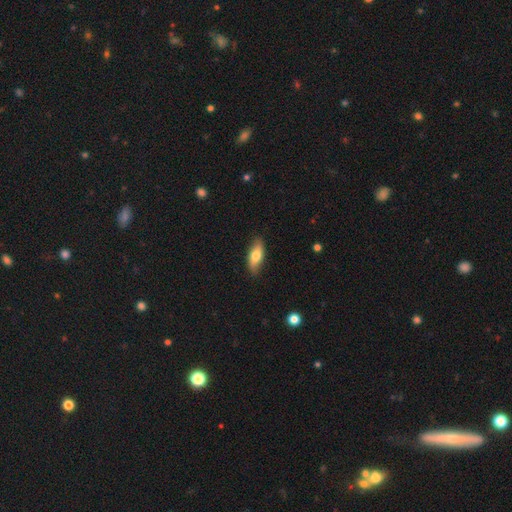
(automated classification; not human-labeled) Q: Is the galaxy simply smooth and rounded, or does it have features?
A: smooth — 72%.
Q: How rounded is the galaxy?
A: in between — 77%.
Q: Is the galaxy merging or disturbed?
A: none — 84%.